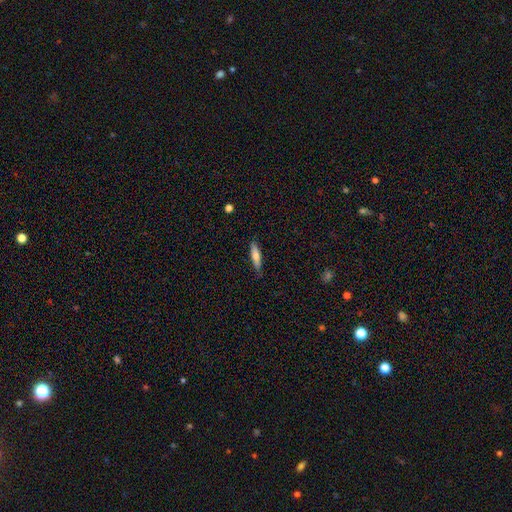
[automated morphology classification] This appears to be a smooth galaxy with no disk features (67%) that is cigar-shaped (71%). Merging: none (84%).